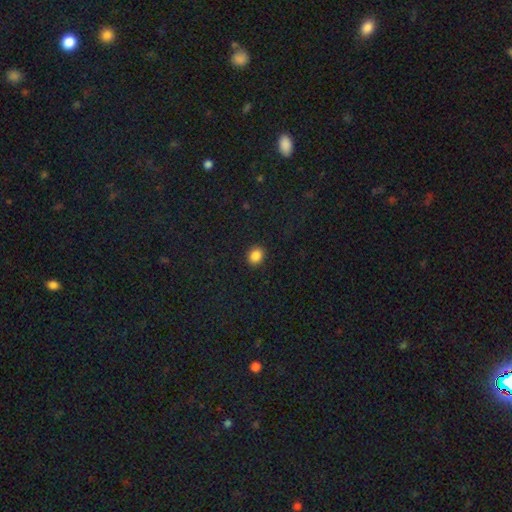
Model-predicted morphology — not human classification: Q: Smooth or featured?
A: smooth (87%); runner-up: star or artifact (10%)
Q: How rounded?
A: round (61%); runner-up: in between (39%)
Q: Merging?
A: none (91%); runner-up: minor disturbance (7%)